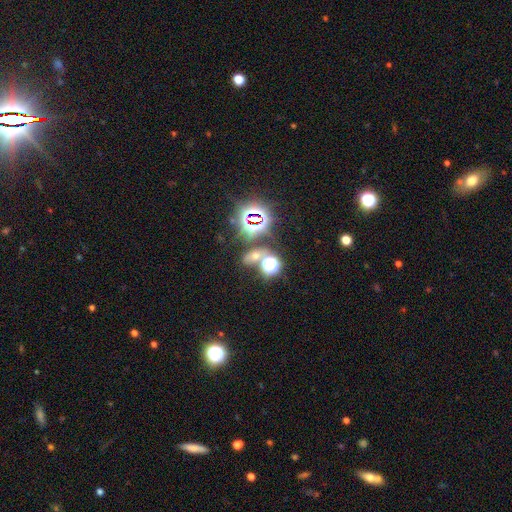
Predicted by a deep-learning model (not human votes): Smooth or featured?
  - star or artifact: 52% *
  - smooth: 36%
  - featured or disk: 12%